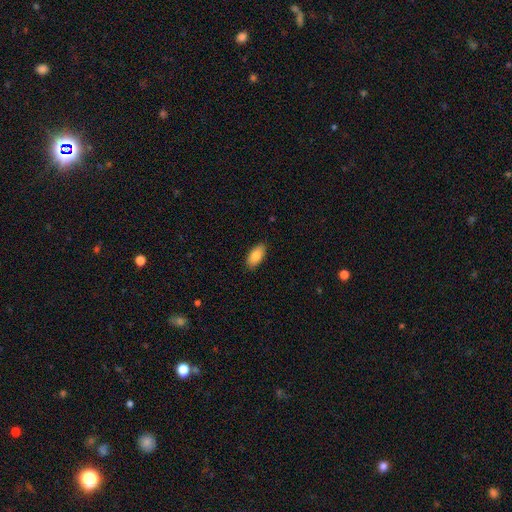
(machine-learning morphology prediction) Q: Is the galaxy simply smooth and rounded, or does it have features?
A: smooth — 85%.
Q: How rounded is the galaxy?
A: in between — 92%.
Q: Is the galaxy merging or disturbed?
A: none — 87%.